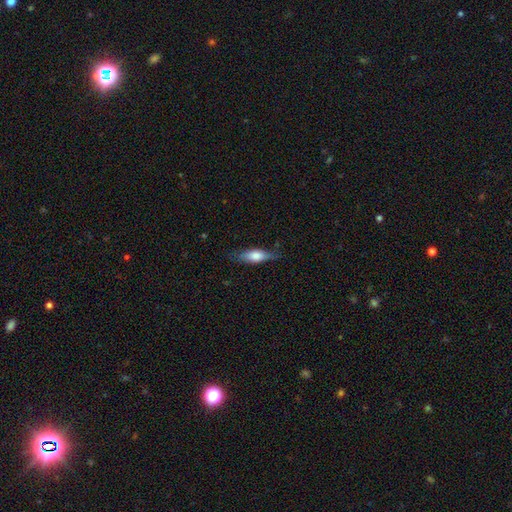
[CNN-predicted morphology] This is likely a smooth galaxy (68%). How rounded: likely in between (60%). Merging: likely none (71%).